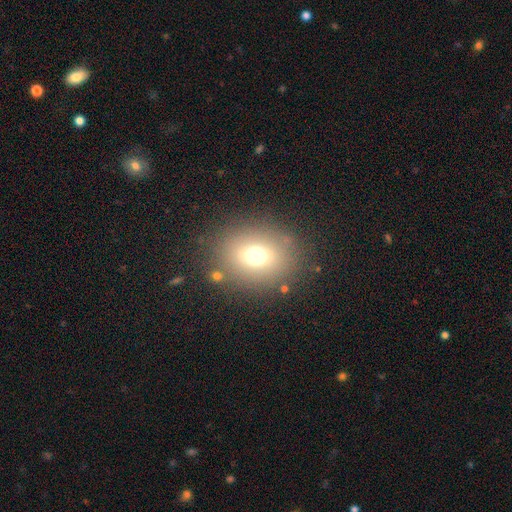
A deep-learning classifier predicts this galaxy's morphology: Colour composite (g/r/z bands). It shows a smooth galaxy with no disk features (67%) that is round (64%). Merging: none (82%).